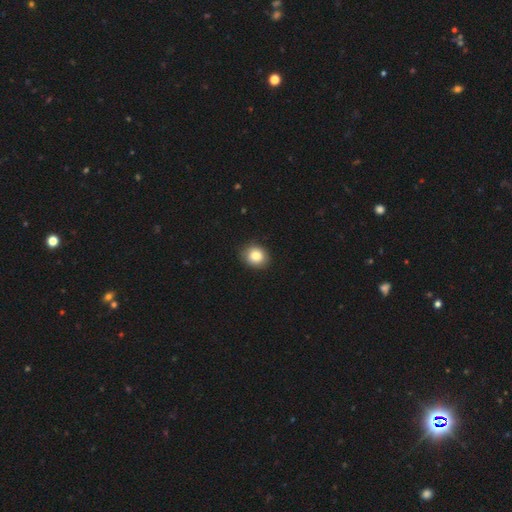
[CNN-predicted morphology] Overall: smooth (84%). How rounded: round (74%). Merging: none (87%).